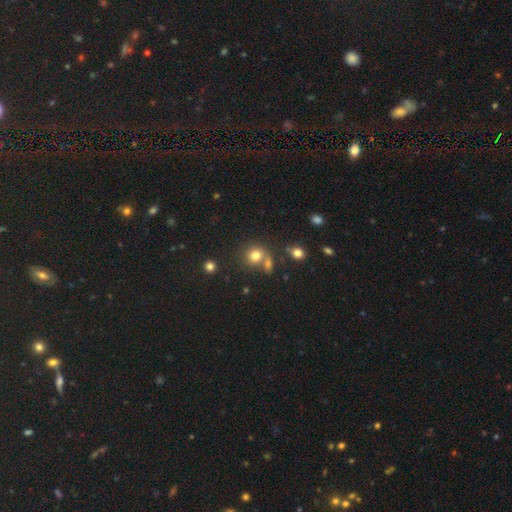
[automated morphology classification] Smooth or featured: smooth — 78% (star or artifact — 13%)
How rounded: round — 75% (in between — 24%)
Merging: none — 53% (merger — 31%)